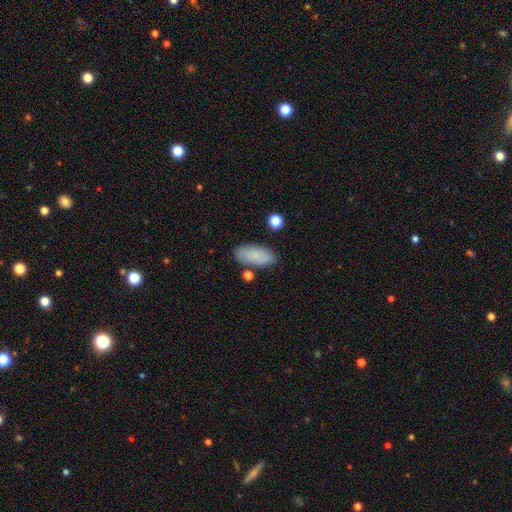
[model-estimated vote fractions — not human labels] Smooth or featured: smooth — 85% (featured or disk — 8%)
How rounded: in between — 87% (cigar-shaped — 11%)
Merging: none — 80% (minor disturbance — 12%)